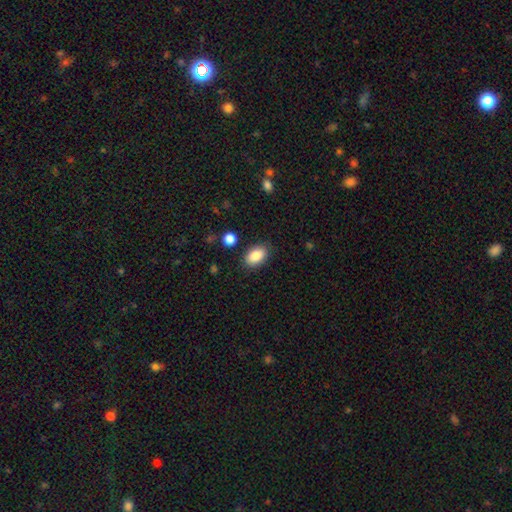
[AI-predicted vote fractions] A smooth galaxy with no disk features (87%) that is in between round and cigar-shaped (90%). Merging: none (85%).